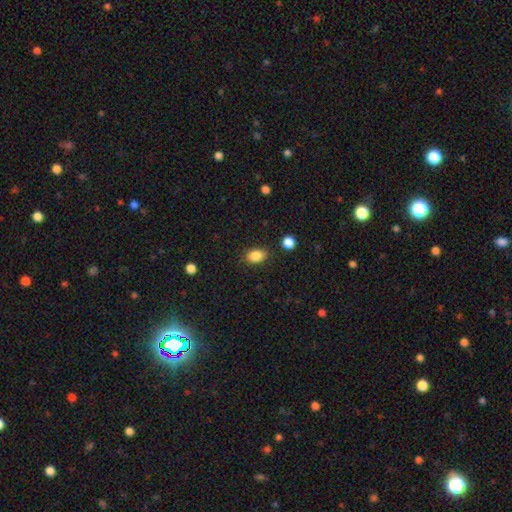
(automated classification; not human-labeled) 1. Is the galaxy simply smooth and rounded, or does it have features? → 86% smooth, 9% star or artifact, 5% featured or disk.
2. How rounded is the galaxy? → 78% in between, 20% round, 1% cigar-shaped.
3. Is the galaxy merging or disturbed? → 84% none, 11% minor disturbance, 3% major disturbance, 2% merger.